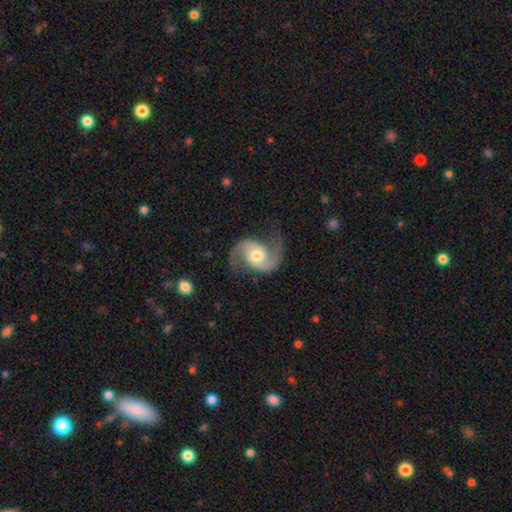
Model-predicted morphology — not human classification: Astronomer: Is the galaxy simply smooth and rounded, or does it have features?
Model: featured or disk — 92%.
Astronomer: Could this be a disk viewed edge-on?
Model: no — 98%.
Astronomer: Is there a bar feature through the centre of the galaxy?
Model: no — 47% (runner-up: weak, 41%).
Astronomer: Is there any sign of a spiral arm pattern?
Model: yes — 98%.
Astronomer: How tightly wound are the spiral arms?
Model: medium — 56% (runner-up: loose, 31%).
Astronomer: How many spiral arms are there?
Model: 2 — 94%.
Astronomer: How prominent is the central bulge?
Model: moderate — 71%.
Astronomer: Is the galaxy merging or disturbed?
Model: none — 80%.